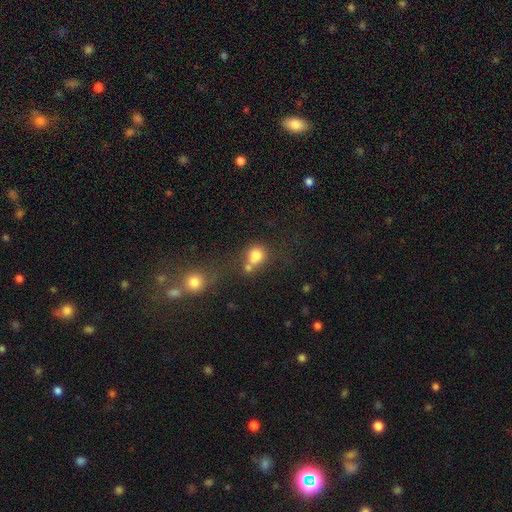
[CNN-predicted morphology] smooth 79%, star or artifact 12%, featured or disk 9%. Down the decision tree: how rounded — round (73%); merging — none (43%).